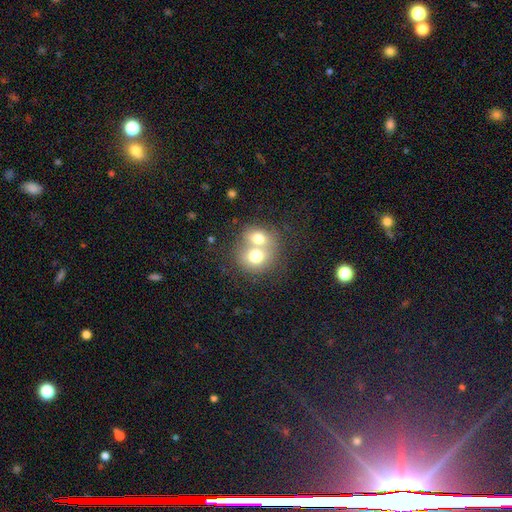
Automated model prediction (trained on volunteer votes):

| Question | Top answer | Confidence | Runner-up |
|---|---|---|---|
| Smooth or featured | smooth | 70% | featured or disk (20%) |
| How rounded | round | 67% | in between (32%) |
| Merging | merger | 70% | none (21%) |